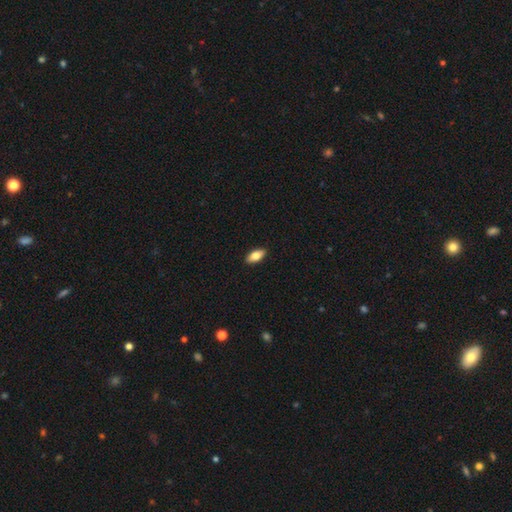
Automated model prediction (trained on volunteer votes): Q: Smooth or featured?
A: smooth (78%); runner-up: featured or disk (16%)
Q: How rounded?
A: in between (87%); runner-up: cigar-shaped (10%)
Q: Merging?
A: none (90%); runner-up: minor disturbance (7%)